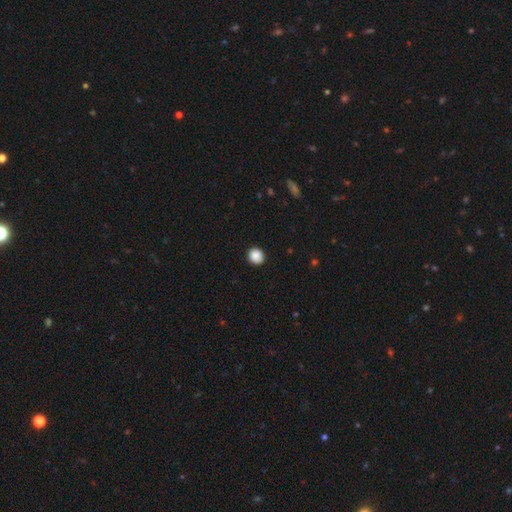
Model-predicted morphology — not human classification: type=smooth (88%); roundness=round (85%); merging=none (90%).